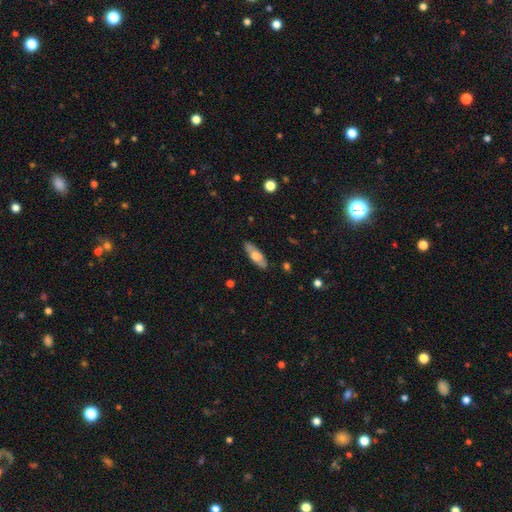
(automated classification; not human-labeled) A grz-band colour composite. It shows a smooth galaxy with no disk features (57%) that is in between round and cigar-shaped (59%). Merging: none (86%).